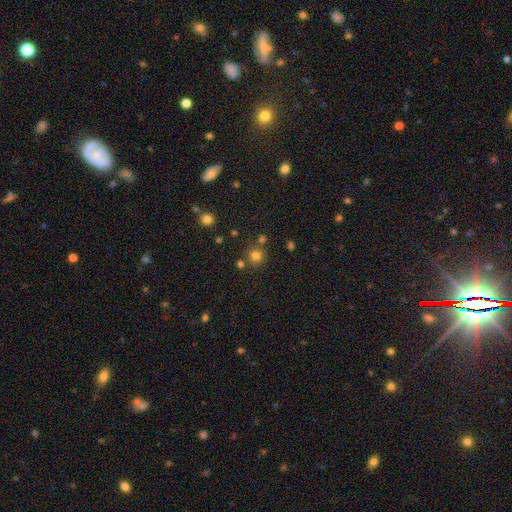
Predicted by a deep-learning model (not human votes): This is likely a smooth galaxy (77%). How rounded: clearly round (92%). Merging: likely none (77%).